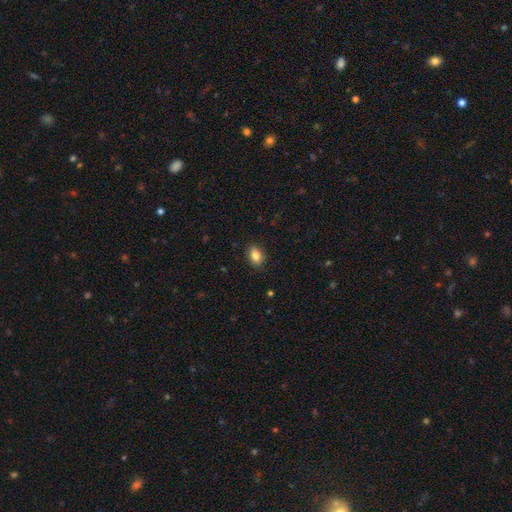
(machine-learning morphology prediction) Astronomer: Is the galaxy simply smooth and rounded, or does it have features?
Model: smooth — 83%.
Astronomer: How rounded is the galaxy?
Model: in between — 75%.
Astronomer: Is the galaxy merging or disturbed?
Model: none — 88%.